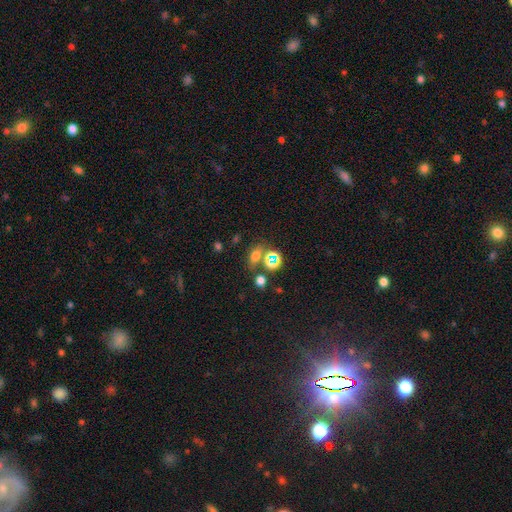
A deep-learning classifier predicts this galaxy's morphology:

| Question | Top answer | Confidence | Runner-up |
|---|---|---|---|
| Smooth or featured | smooth | 57% | star or artifact (31%) |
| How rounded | in between | 63% | round (31%) |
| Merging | none | 64% | merger (18%) |